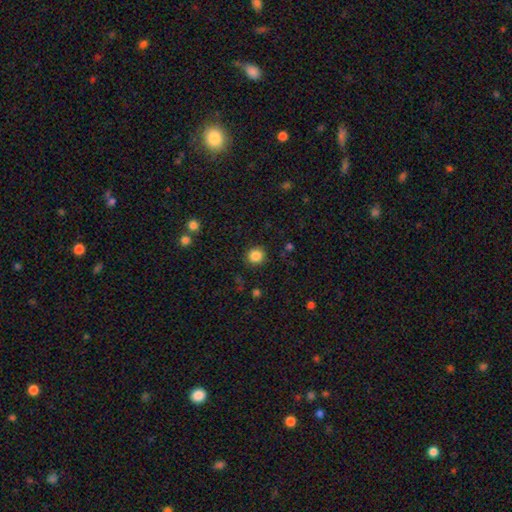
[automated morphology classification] smooth_or_featured: smooth (p=0.85) [alt: star or artifact p=0.11]
how_rounded: round (p=0.90) [alt: in between p=0.09]
merging: none (p=0.90) [alt: minor disturbance p=0.06]